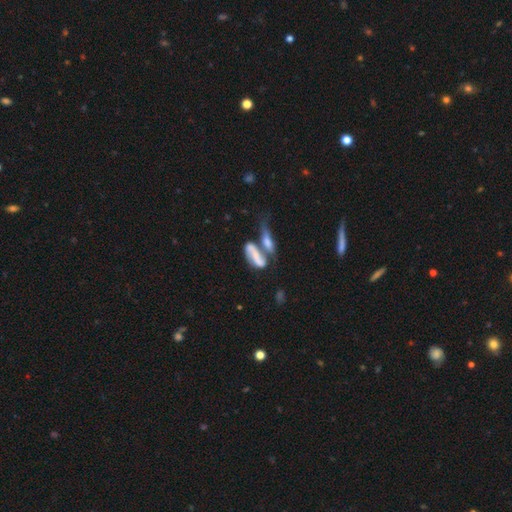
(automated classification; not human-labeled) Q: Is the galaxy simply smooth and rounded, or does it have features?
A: smooth — 49%.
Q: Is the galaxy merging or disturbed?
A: merger — 61%.